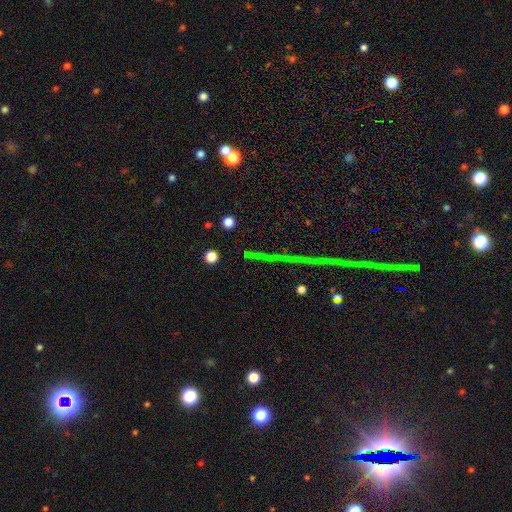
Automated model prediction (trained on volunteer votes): The model was most divided on "smooth or featured": star or artifact: 72%, smooth: 16%, featured or disk: 11%.